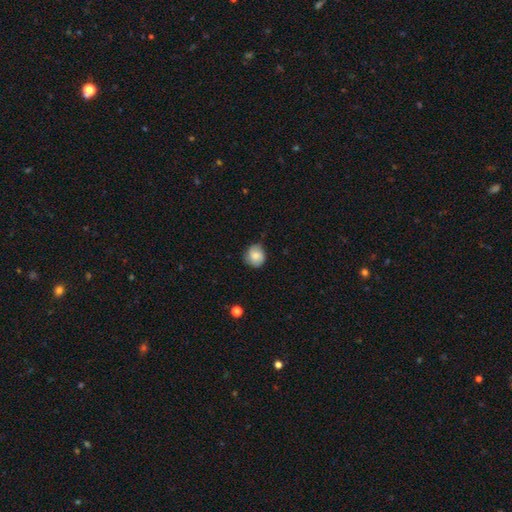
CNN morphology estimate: The model was most divided on "merging": none: 69%, minor disturbance: 25%, major disturbance: 4%, merger: 1%. More confident: how rounded — round (82%); smooth or featured — smooth (79%).